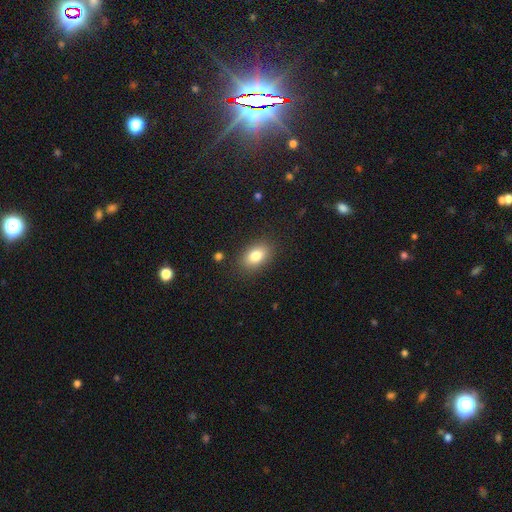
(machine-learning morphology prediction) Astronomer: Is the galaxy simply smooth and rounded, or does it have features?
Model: smooth — 82%.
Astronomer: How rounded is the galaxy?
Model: in between — 86%.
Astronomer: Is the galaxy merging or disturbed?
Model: none — 86%.